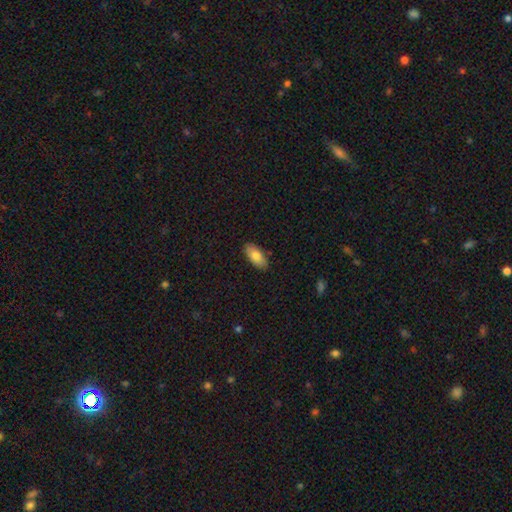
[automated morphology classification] A smooth galaxy with no disk features (78%) that is in between round and cigar-shaped (90%).

Vote fractions:
- Smooth or featured? smooth: 78% / featured or disk: 16% / star or artifact: 6%
- How rounded? in between: 90% / cigar-shaped: 7% / round: 2%
- Merging? none: 87% / minor disturbance: 10% / major disturbance: 2% / merger: 1%